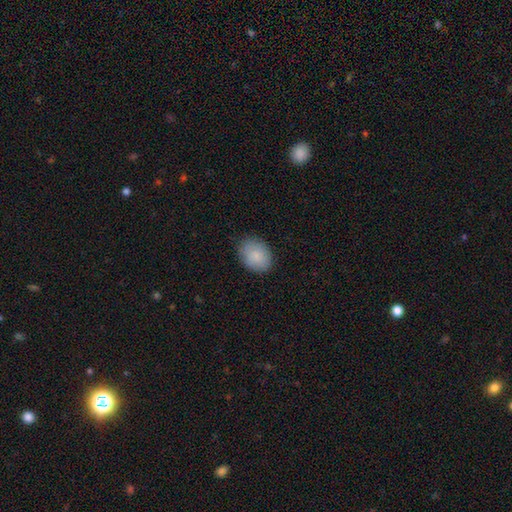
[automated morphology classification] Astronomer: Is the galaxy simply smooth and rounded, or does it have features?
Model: smooth — 85%.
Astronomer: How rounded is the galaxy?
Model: in between — 63%.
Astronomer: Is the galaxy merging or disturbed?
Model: none — 82%.